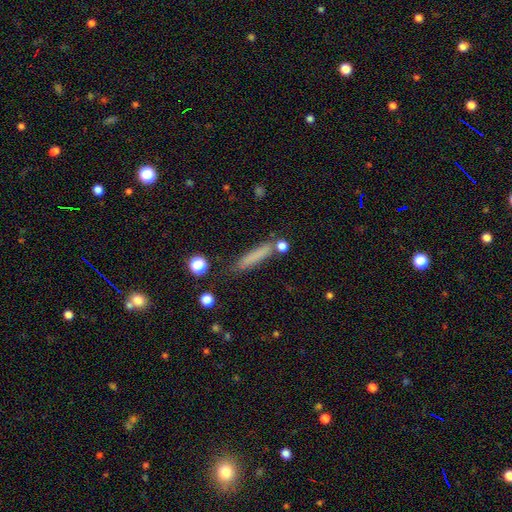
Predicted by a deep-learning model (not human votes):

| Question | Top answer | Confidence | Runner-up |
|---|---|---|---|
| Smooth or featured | smooth | 73% | featured or disk (16%) |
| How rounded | cigar-shaped | 90% | in between (8%) |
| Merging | none | 76% | minor disturbance (14%) |